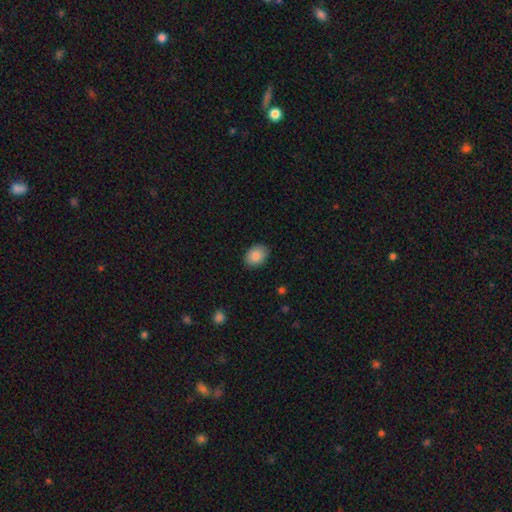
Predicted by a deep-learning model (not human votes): smooth-or-featured: smooth: 88% | star or artifact: 7% | featured or disk: 5%
  how-rounded: in between: 73% | round: 26% | cigar-shaped: 1%
  merging: none: 87% | minor disturbance: 10% | major disturbance: 2% | merger: 1%